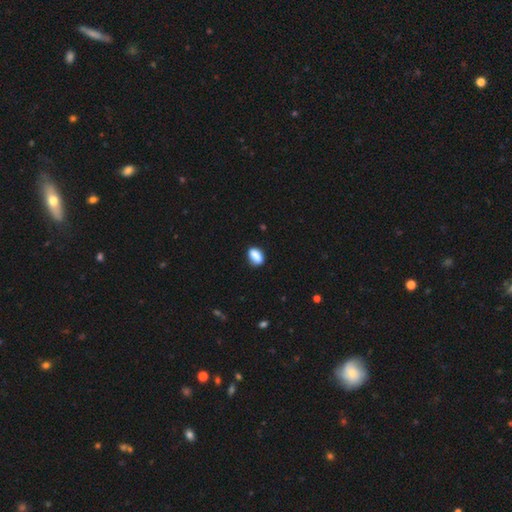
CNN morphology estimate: type=smooth (86%); roundness=in between (84%); merging=none (82%).